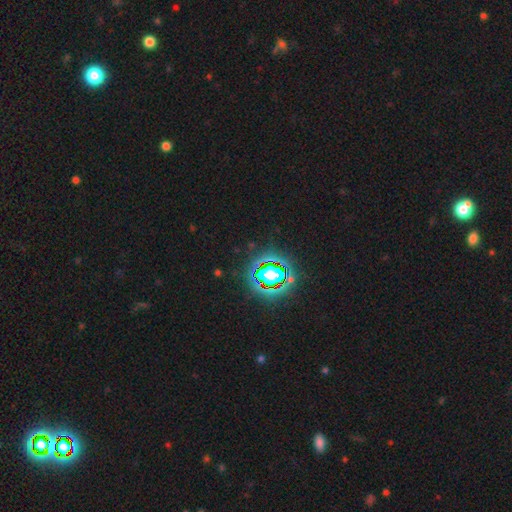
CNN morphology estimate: Overall: star or artifact (79%).